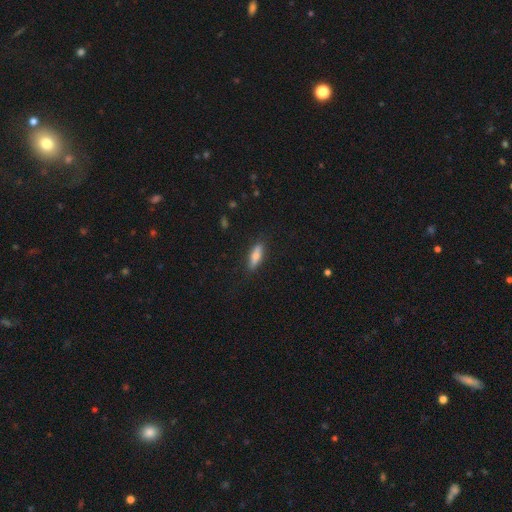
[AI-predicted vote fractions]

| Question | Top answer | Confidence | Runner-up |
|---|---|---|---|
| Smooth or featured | smooth | 67% | featured or disk (27%) |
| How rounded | cigar-shaped | 58% | in between (40%) |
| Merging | none | 85% | minor disturbance (11%) |